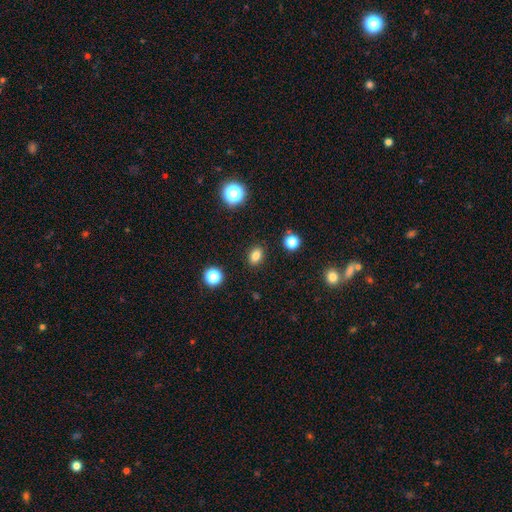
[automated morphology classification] Overall: smooth (82%). How rounded: in between (71%). Merging: none (89%).